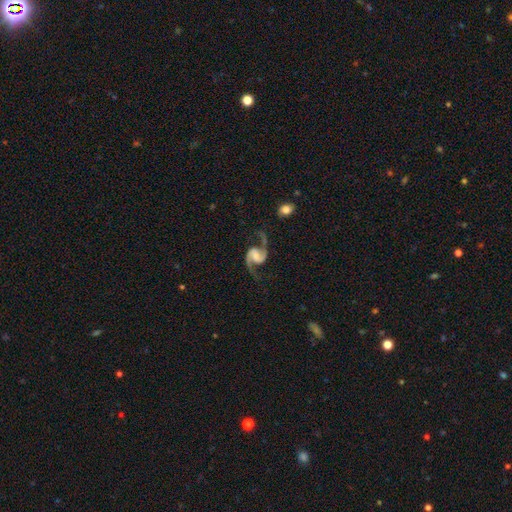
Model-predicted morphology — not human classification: This appears to be a featured or disk galaxy (93%) with a weak bar (44%), 2 (94%) loose (47%) spiral arms (98%) and no central bulge (32%). Merging: none (76%).